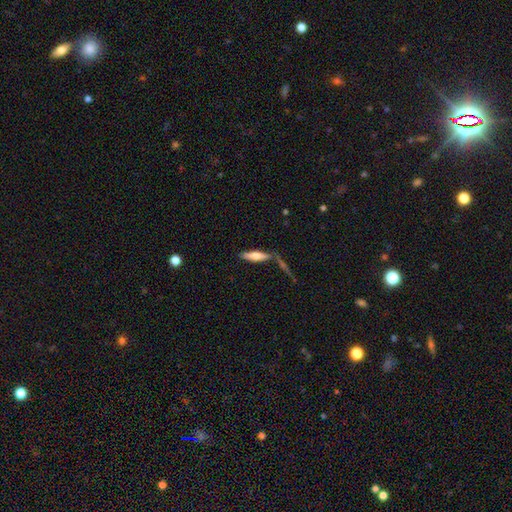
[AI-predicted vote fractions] This appears to be a smooth galaxy with no disk features (59%) that is cigar-shaped (73%). Merging: none (65%).